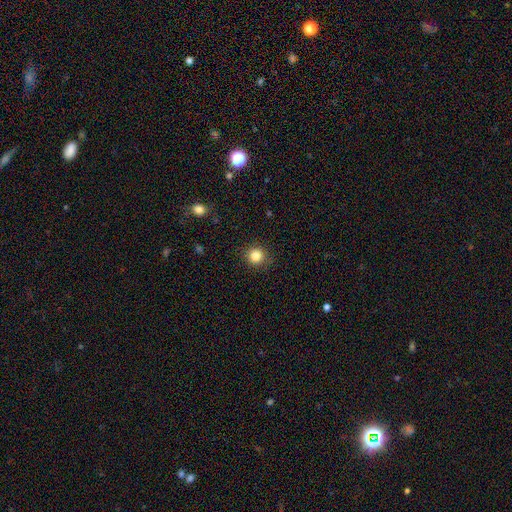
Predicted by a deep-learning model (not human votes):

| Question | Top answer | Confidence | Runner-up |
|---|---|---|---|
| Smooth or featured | smooth | 84% | star or artifact (12%) |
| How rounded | round | 93% | in between (6%) |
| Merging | none | 89% | minor disturbance (7%) |